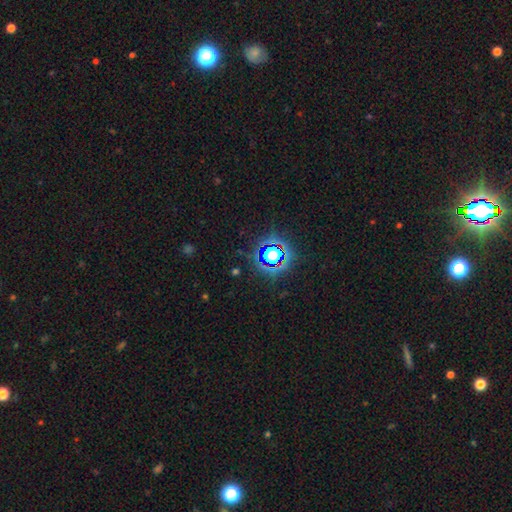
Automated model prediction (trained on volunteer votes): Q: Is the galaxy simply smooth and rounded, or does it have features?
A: star or artifact — 79%.